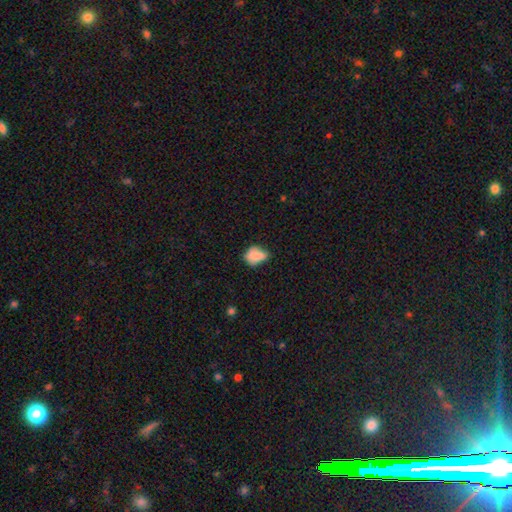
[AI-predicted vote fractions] smooth_or_featured: smooth (p=0.79) [alt: featured or disk p=0.11]
how_rounded: in between (p=0.70) [alt: round p=0.28]
merging: none (p=0.45) [alt: minor disturbance p=0.38]